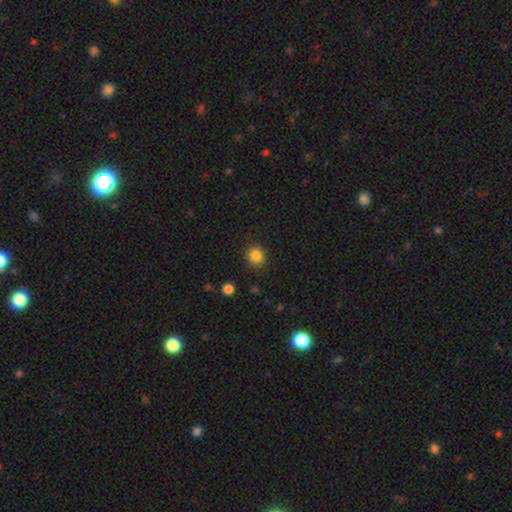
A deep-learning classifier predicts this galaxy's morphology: type=smooth (85%); roundness=round (87%); merging=none (89%).